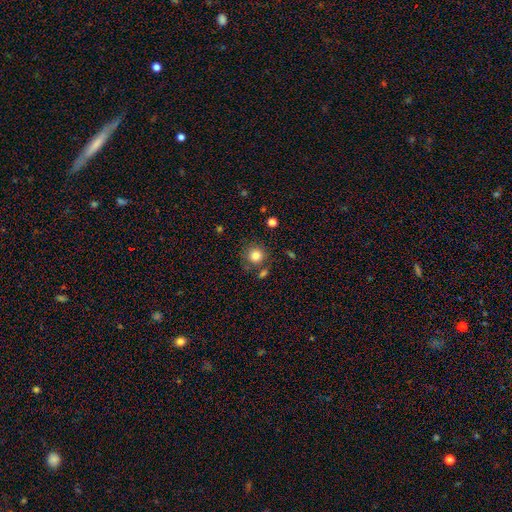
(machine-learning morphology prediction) Smooth or featured: smooth — 83% (star or artifact — 10%)
How rounded: round — 91% (in between — 8%)
Merging: none — 77% (minor disturbance — 11%)